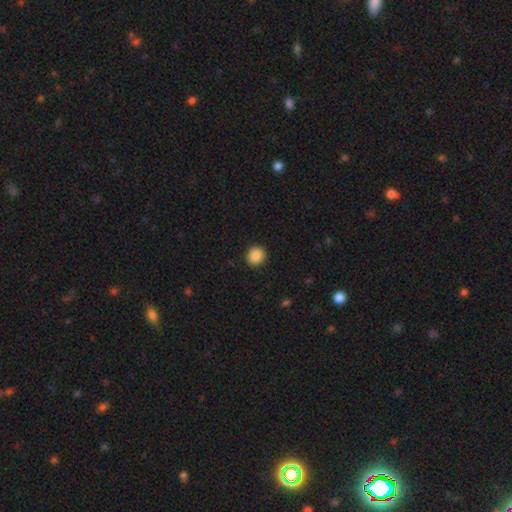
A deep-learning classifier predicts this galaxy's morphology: The model was most divided on "smooth or featured": smooth: 87%, star or artifact: 9%, featured or disk: 3%. More confident: merging — none (92%); how rounded — round (92%).